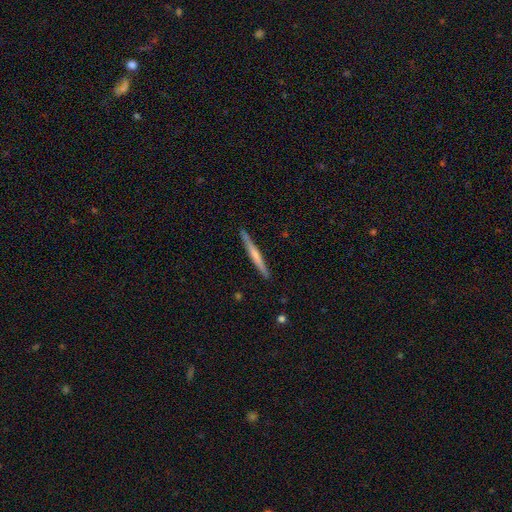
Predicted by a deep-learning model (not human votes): smooth_or_featured: smooth (p=0.51) [alt: featured or disk p=0.44]
how_rounded: cigar-shaped (p=0.97) [alt: in between p=0.02]
merging: none (p=0.89) [alt: minor disturbance p=0.08]